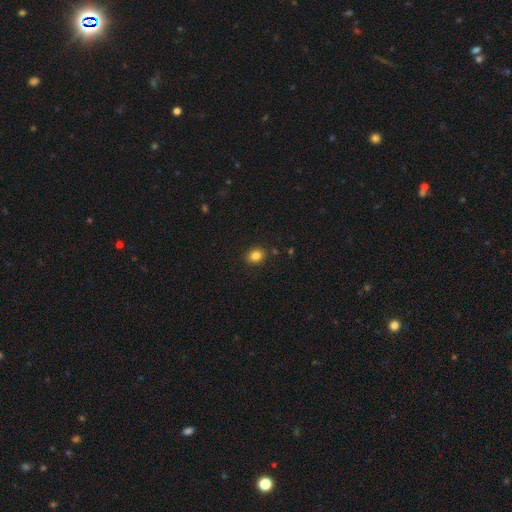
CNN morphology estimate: The model was most divided on "how rounded": round: 63%, in between: 36%, cigar-shaped: 1%. More confident: merging — none (89%); smooth or featured — smooth (83%).